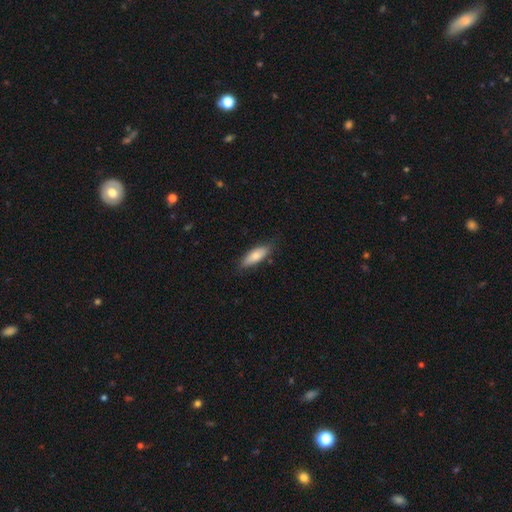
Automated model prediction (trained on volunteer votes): Morphology: type=smooth (78%); roundness=in between (66%); merging=none (78%).